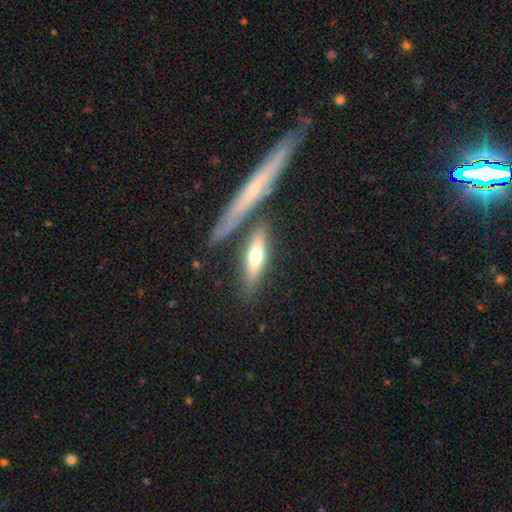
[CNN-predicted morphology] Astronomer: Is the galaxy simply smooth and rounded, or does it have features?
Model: smooth — 49% (runner-up: featured or disk, 44%).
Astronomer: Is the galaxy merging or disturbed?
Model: none — 74%.